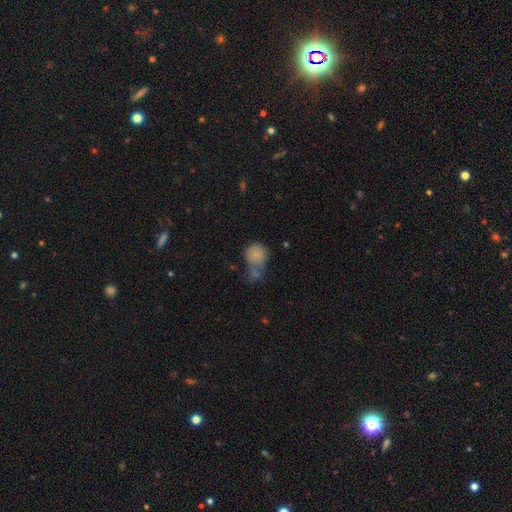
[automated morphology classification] Smooth or featured?
  - smooth: 79% *
  - featured or disk: 11%
  - star or artifact: 9%
How rounded?
  - round: 76% *
  - in between: 23%
  - cigar-shaped: 1%
Merging?
  - merger: 41% *
  - none: 33%
  - minor disturbance: 16%
  - major disturbance: 10%